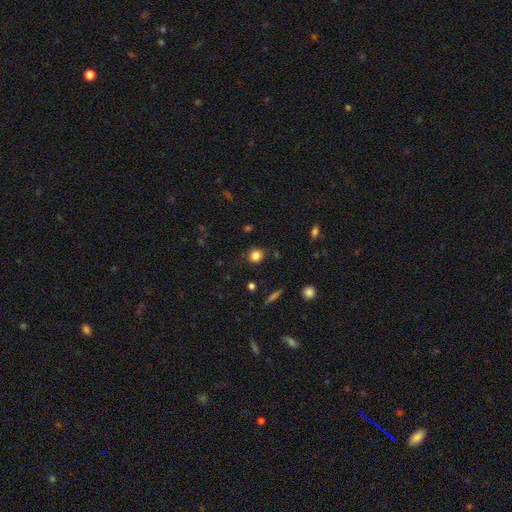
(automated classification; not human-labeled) smooth-or-featured: smooth: 83% | star or artifact: 11% | featured or disk: 6%
  how-rounded: round: 79% | in between: 19% | cigar-shaped: 1%
  merging: none: 83% | minor disturbance: 13% | major disturbance: 3% | merger: 2%